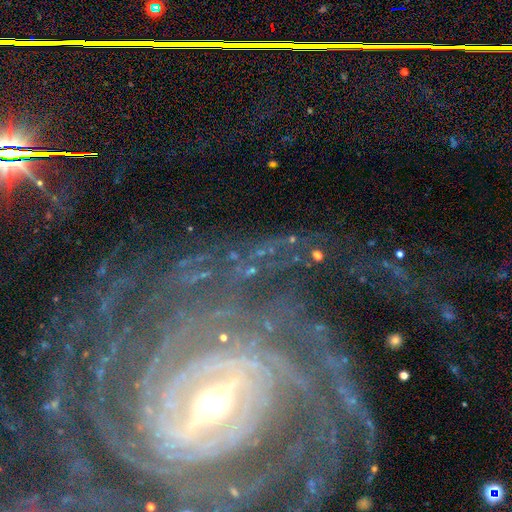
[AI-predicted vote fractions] This appears to be a featured or disk galaxy (78%) with a strong bar (42%), tight (73%) spiral arms (90%) and a small central bulge (46%). Merging: none (71%).